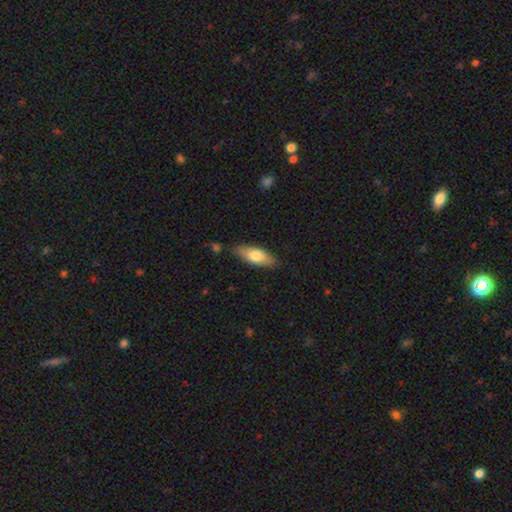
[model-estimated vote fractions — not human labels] Smooth or featured? smooth (73%)
How rounded? in between (72%)
Merging? none (82%)